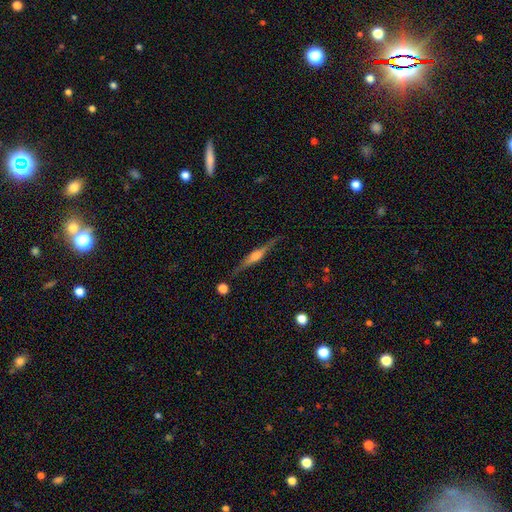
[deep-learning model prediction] This appears to be a featured or disk galaxy (76%) viewed edge-on (97%) with a rounded central bulge (79%). Merging: none (84%).